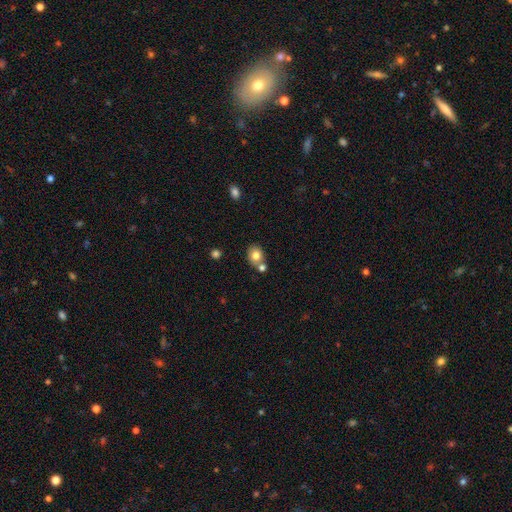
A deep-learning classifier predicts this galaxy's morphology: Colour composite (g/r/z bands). It shows a smooth galaxy with no disk features (78%) that is round (58%). Merging: none (60%).